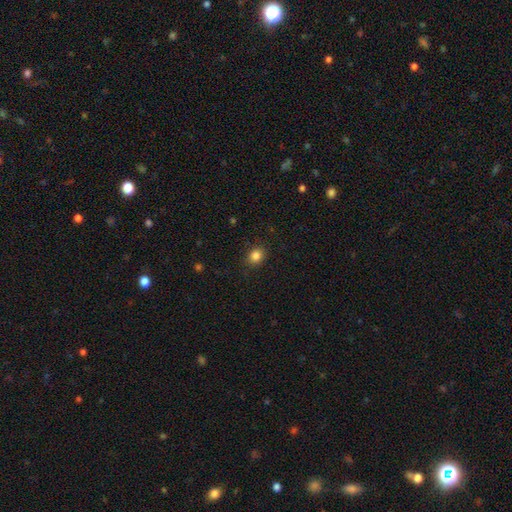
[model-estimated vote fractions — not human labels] smooth_or_featured: smooth (p=0.84) [alt: star or artifact p=0.11]
how_rounded: round (p=0.62) [alt: in between p=0.37]
merging: none (p=0.87) [alt: minor disturbance p=0.10]